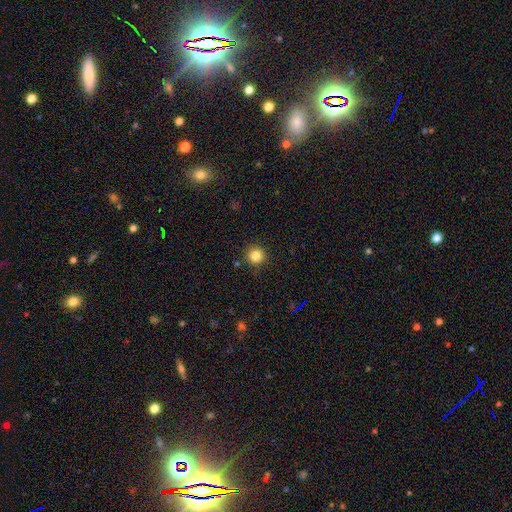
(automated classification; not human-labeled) smooth 84%, star or artifact 12%, featured or disk 5%. Down the decision tree: how rounded — round (94%); merging — none (90%).